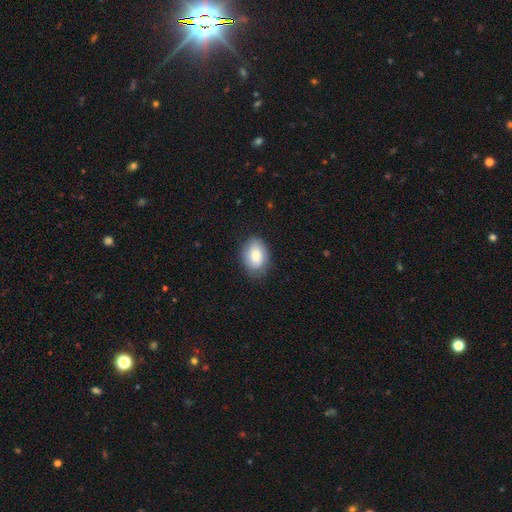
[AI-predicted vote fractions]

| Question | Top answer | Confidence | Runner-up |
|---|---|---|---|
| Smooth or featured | smooth | 80% | featured or disk (14%) |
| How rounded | in between | 78% | round (20%) |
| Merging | none | 79% | minor disturbance (16%) |